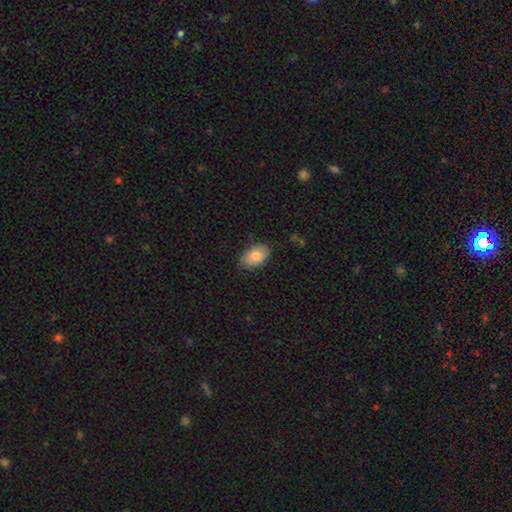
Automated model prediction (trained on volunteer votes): This appears to be a smooth galaxy with no disk features (84%) that is in between round and cigar-shaped (92%). Merging: none (82%).